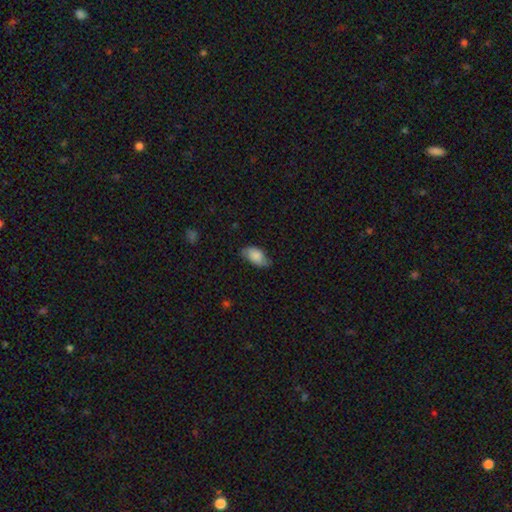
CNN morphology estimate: A smooth galaxy with no disk features (74%) that is in between round and cigar-shaped (92%). Merging: none (67%).